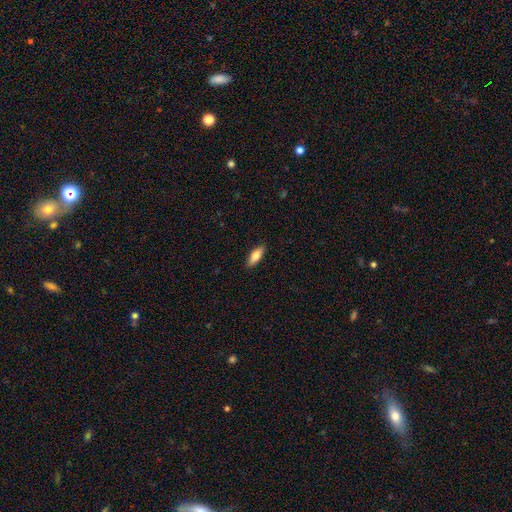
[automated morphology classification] smooth 76%, featured or disk 18%, star or artifact 6%. Down the decision tree: how rounded — in between (65%); merging — none (89%).